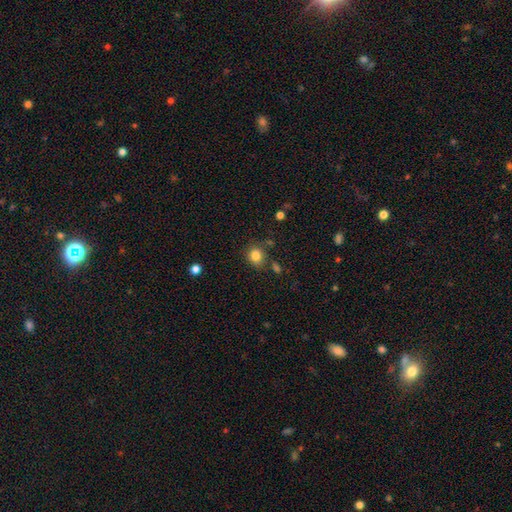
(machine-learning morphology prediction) type=smooth (83%); roundness=round (70%); merging=none (75%).